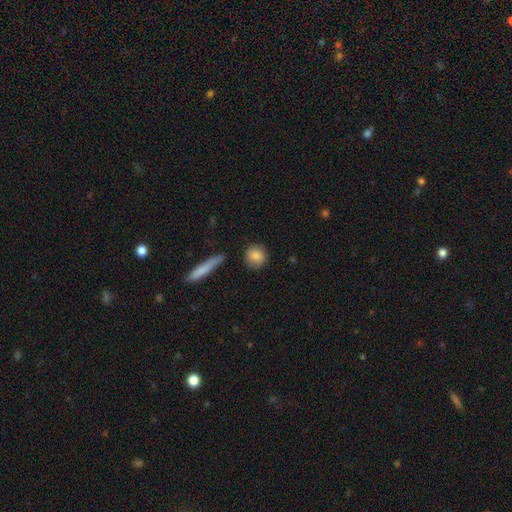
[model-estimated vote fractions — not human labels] smooth 84%, featured or disk 9%, star or artifact 7%. Down the decision tree: how rounded — round (84%); merging — none (84%).